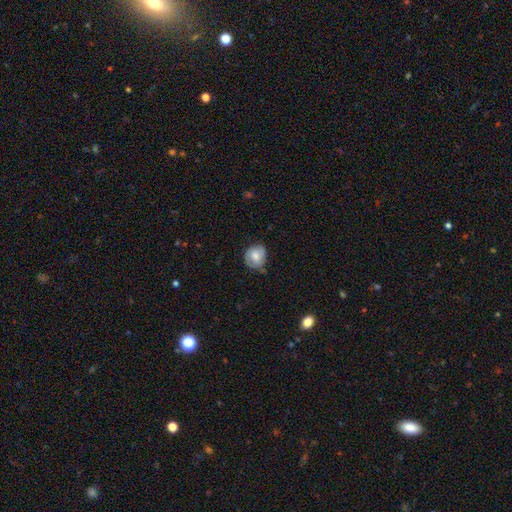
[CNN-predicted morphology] A smooth galaxy with no disk features (63%) that is round (73%). Merging: none (61%).